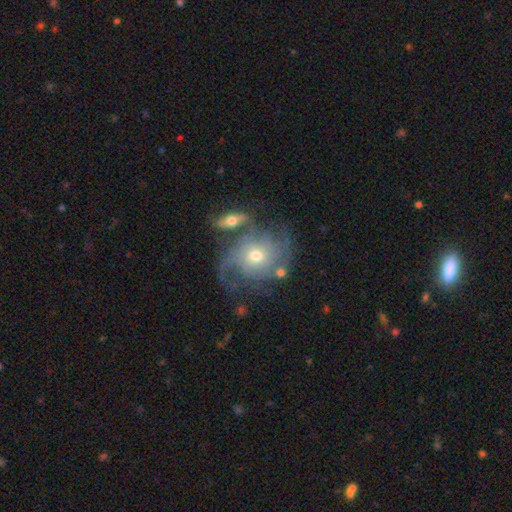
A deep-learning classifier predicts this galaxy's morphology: featured or disk 82%, smooth 11%, star or artifact 7%. Down the decision tree: edge-on disk — no (97%); bar — no (76%); spiral arms — yes (94%); spiral arm count — can't tell (30%); spiral winding — tight (49%); bulge size — moderate (54%); merging — none (54%).